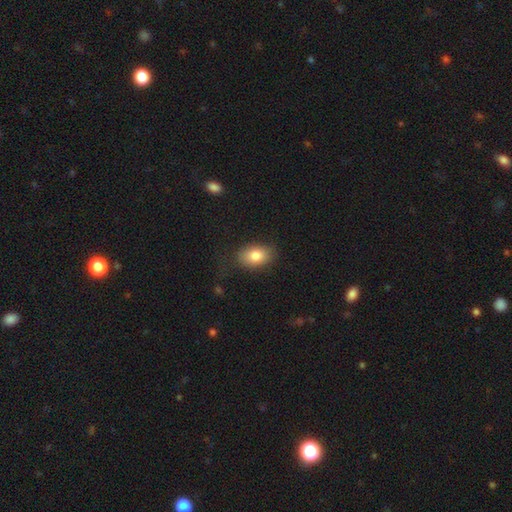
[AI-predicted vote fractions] A smooth galaxy with no disk features (81%) that is in between round and cigar-shaped (82%). Merging: none (77%).